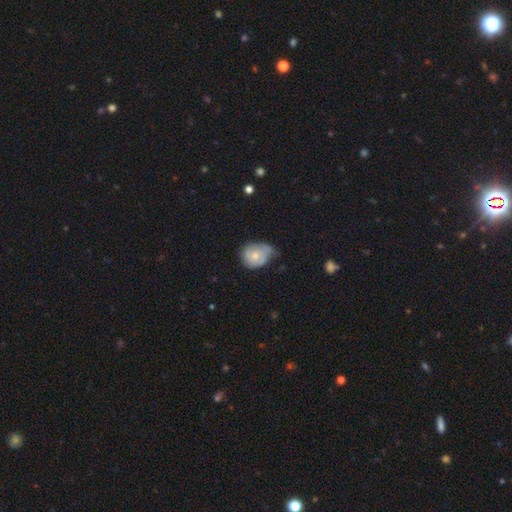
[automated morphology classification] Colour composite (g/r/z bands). It shows a smooth galaxy with no disk features (58%) that is round (55%). Merging: minor disturbance (46%).